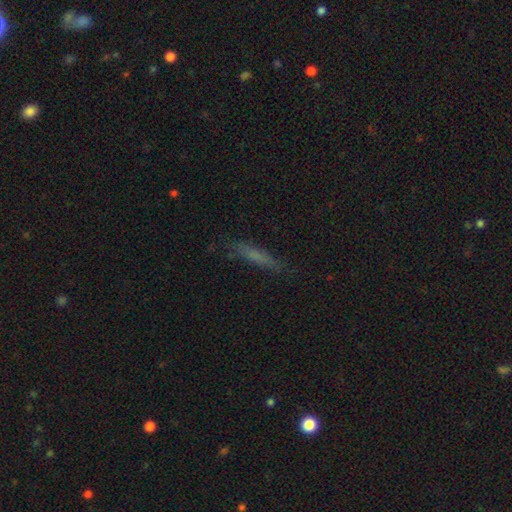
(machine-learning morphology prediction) Smooth or featured? Predicted: smooth (p=0.57). How rounded? Predicted: cigar-shaped (p=0.88). Merging? Predicted: none (p=0.79).